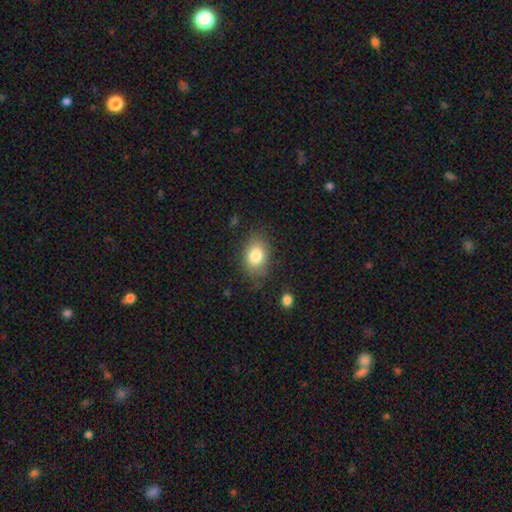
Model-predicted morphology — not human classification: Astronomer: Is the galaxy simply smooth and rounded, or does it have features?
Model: smooth — 81%.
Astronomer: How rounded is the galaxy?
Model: in between — 75%.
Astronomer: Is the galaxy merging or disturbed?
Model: none — 77%.